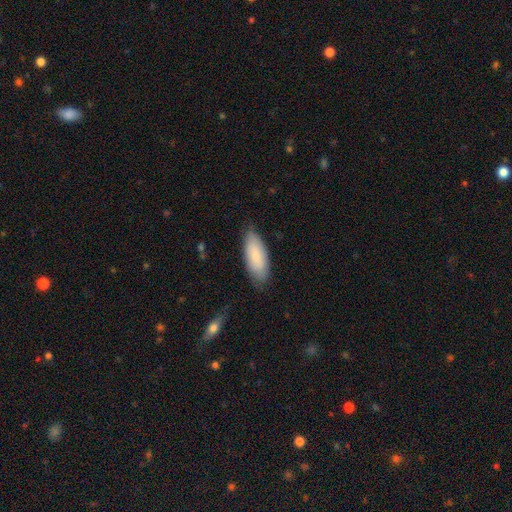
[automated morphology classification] type=smooth (83%); roundness=in between (78%); merging=none (79%).